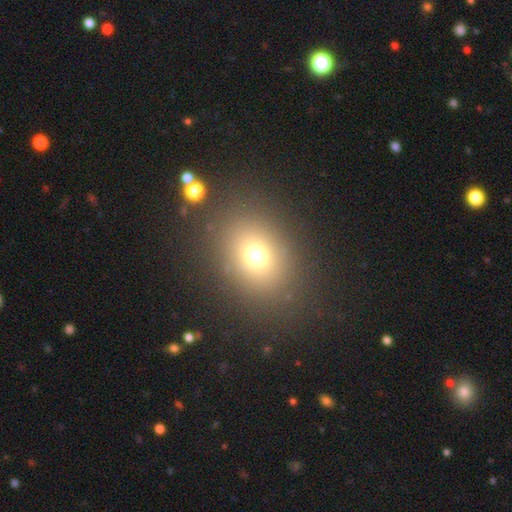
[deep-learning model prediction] smooth 71%, star or artifact 18%, featured or disk 11%. Down the decision tree: how rounded — in between (50%); merging — none (84%).